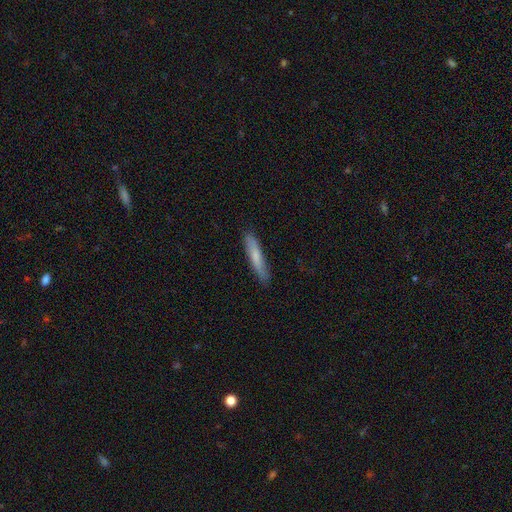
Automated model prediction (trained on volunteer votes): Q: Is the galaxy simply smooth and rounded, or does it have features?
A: smooth — 72%.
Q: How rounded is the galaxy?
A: cigar-shaped — 90%.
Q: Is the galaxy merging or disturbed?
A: none — 84%.